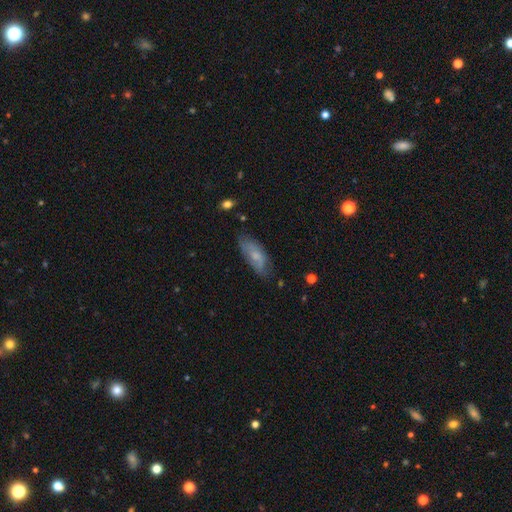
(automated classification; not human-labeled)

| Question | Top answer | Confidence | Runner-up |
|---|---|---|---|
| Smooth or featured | smooth | 60% | featured or disk (33%) |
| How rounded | in between | 77% | cigar-shaped (21%) |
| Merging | none | 67% | minor disturbance (25%) |